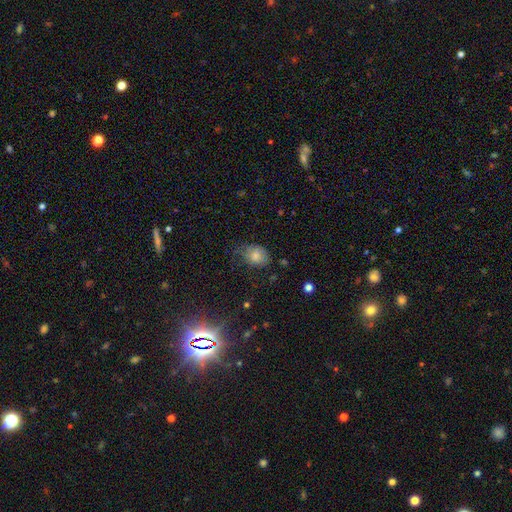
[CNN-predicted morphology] Overall: smooth (79%). How rounded: in between (65%; round 34%). Merging: none (52%; minor disturbance 34%).